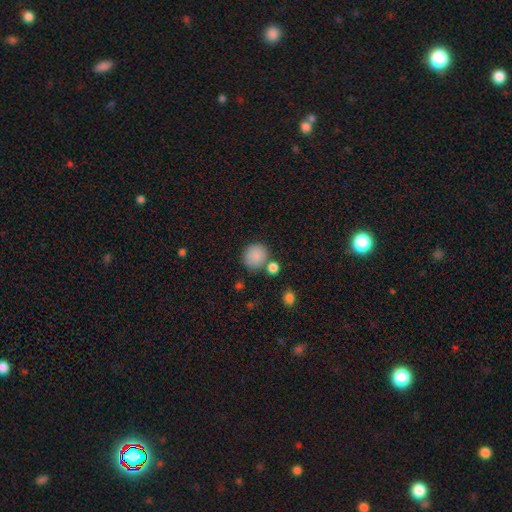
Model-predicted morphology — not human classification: type=smooth (86%); roundness=round (88%); merging=none (72%).